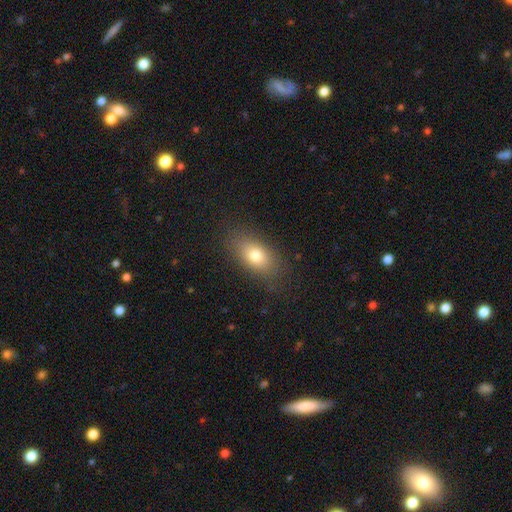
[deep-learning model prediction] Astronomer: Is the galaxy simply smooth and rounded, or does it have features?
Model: smooth — 76%.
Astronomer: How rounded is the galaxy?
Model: in between — 83%.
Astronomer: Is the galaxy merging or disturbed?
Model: none — 85%.